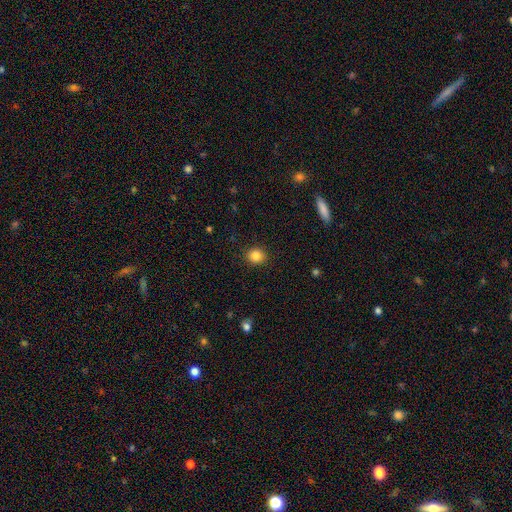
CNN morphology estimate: This appears to be a smooth galaxy with no disk features (84%) that is round (78%). Merging: none (90%).